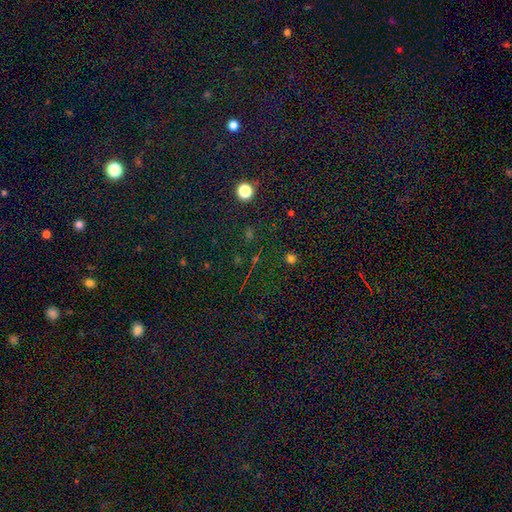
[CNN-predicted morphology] A star or artifact, not a galaxy (75%).